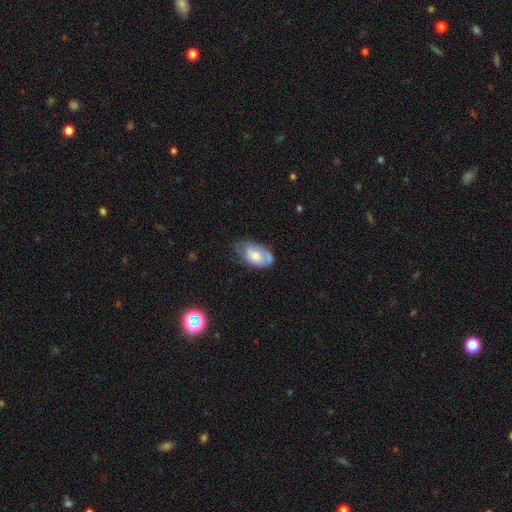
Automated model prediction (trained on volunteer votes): Smooth or featured?
  - smooth: 57% *
  - featured or disk: 36%
  - star or artifact: 6%
How rounded?
  - in between: 92% *
  - round: 6%
  - cigar-shaped: 2%
Merging?
  - none: 45% *
  - minor disturbance: 36%
  - major disturbance: 16%
  - merger: 3%